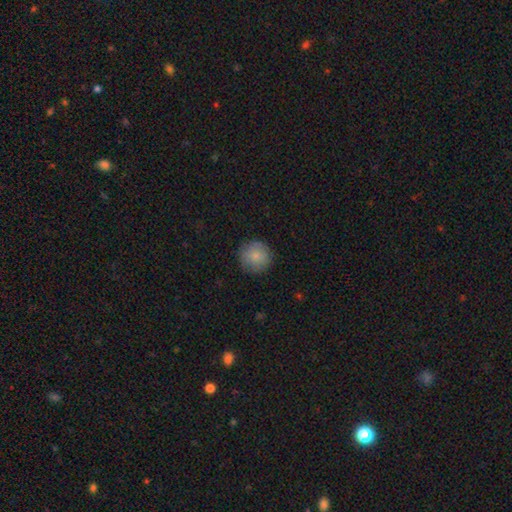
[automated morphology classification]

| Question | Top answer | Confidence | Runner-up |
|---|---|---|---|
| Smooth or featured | smooth | 83% | featured or disk (9%) |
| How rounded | round | 95% | in between (4%) |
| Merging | none | 87% | minor disturbance (10%) |